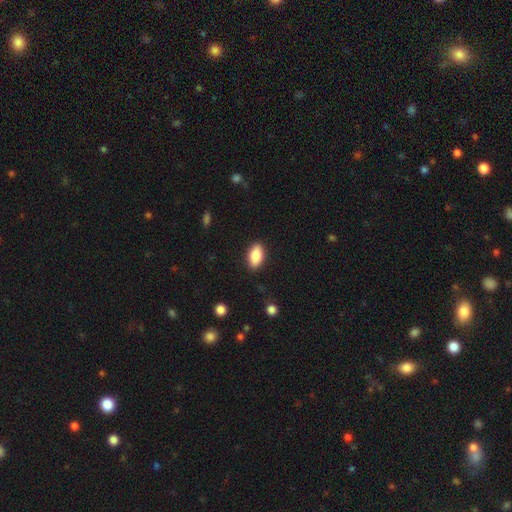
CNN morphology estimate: smooth_or_featured: smooth (p=0.85) [alt: featured or disk p=0.08]
how_rounded: in between (p=0.91) [alt: cigar-shaped p=0.05]
merging: none (p=0.88) [alt: minor disturbance p=0.09]